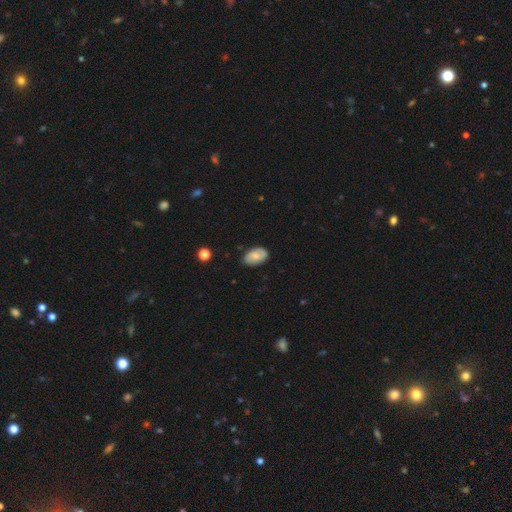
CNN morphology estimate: Smooth or featured? smooth (70%)
How rounded? in between (92%)
Merging? none (79%)